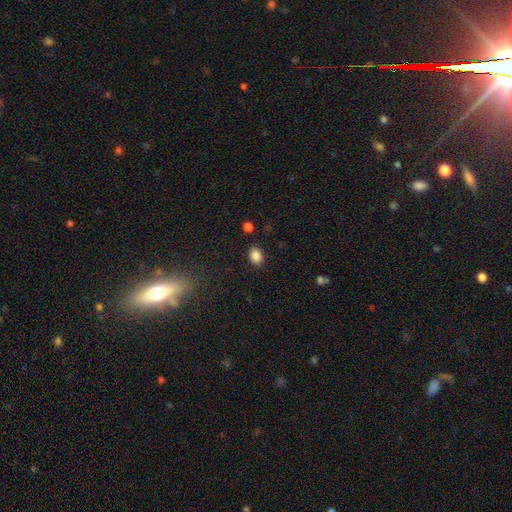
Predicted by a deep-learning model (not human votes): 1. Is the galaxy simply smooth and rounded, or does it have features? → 87% smooth, 10% star or artifact, 3% featured or disk.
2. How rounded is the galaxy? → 72% in between, 27% round, 1% cigar-shaped.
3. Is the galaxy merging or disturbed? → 86% none, 9% minor disturbance, 3% major disturbance, 2% merger.